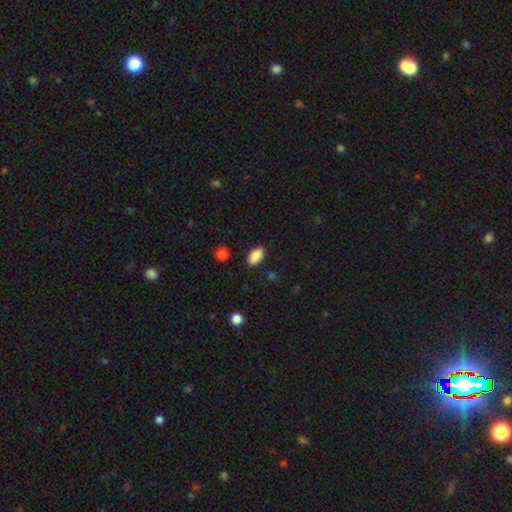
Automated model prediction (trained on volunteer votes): A smooth galaxy with no disk features (88%) that is in between round and cigar-shaped (93%).

Vote fractions:
- Smooth or featured? smooth: 88% / star or artifact: 8% / featured or disk: 4%
- How rounded? in between: 93% / round: 4% / cigar-shaped: 3%
- Merging? none: 87% / minor disturbance: 9% / major disturbance: 2% / merger: 1%